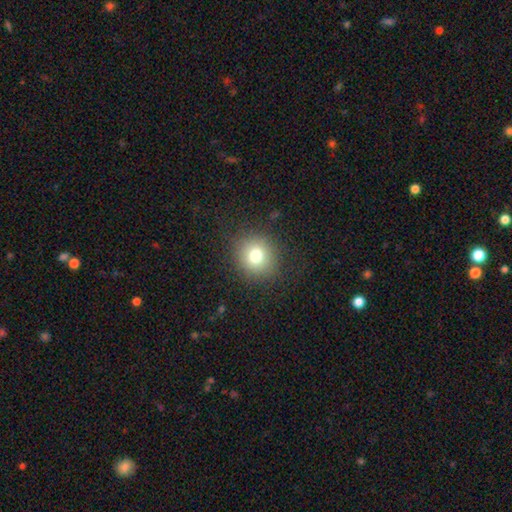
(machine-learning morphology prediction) A smooth galaxy with no disk features (77%) that is round (90%).

Vote fractions:
- Smooth or featured? smooth: 77% / star or artifact: 14% / featured or disk: 10%
- How rounded? round: 90% / in between: 9% / cigar-shaped: 1%
- Merging? none: 88% / minor disturbance: 7% / major disturbance: 4% / merger: 1%